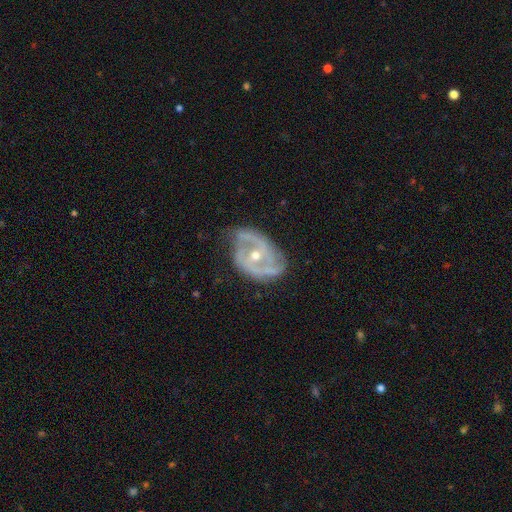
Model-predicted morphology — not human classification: This appears to be a featured or disk galaxy (88%) with no bar (50%), 2 (65%) medium (46%) spiral arms (92%) and a moderate central bulge (58%). Merging: none (62%).